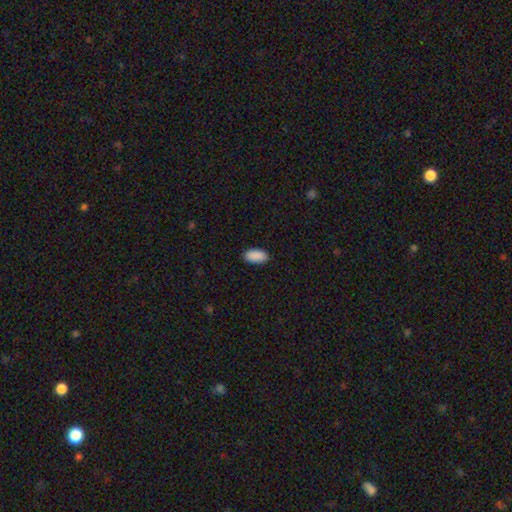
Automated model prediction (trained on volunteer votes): This appears to be a smooth galaxy with no disk features (91%) that is in between round and cigar-shaped (95%). Merging: none (90%).